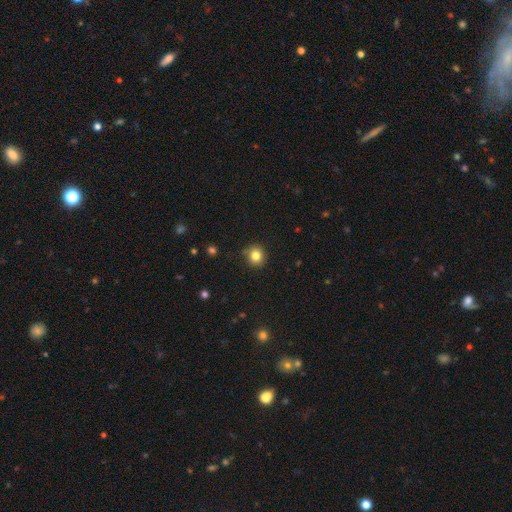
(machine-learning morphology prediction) This appears to be a smooth galaxy with no disk features (82%) that is round (87%). Merging: none (85%).